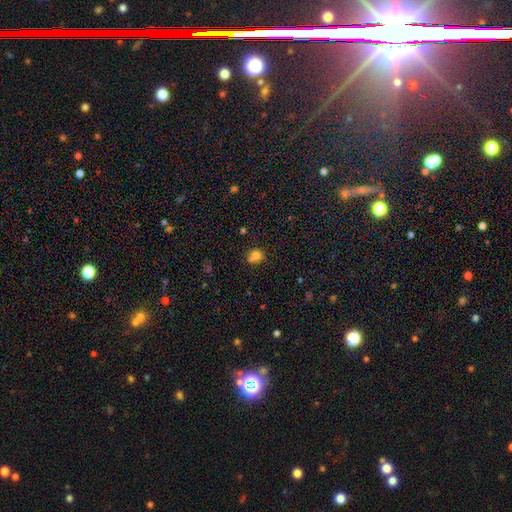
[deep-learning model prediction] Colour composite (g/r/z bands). It shows a smooth galaxy with no disk features (77%) that is round (77%). Merging: none (55%).